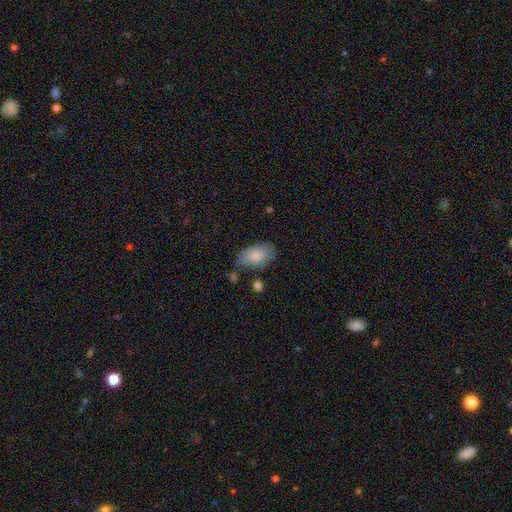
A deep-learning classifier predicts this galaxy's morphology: smooth 83%, featured or disk 11%, star or artifact 6%. Down the decision tree: how rounded — in between (93%); merging — none (66%).